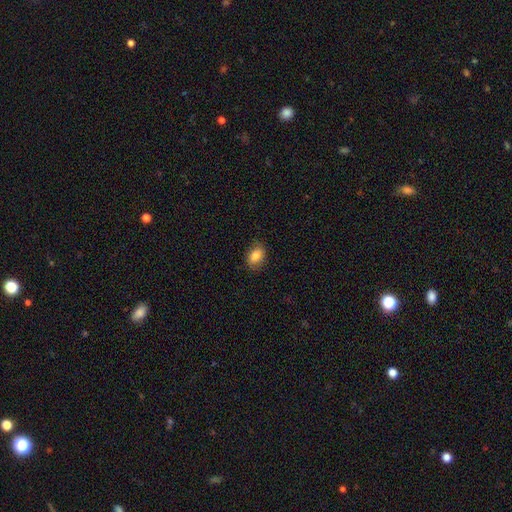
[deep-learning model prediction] Smooth or featured: smooth — 84% (featured or disk — 9%)
How rounded: in between — 79% (round — 20%)
Merging: none — 80% (minor disturbance — 15%)